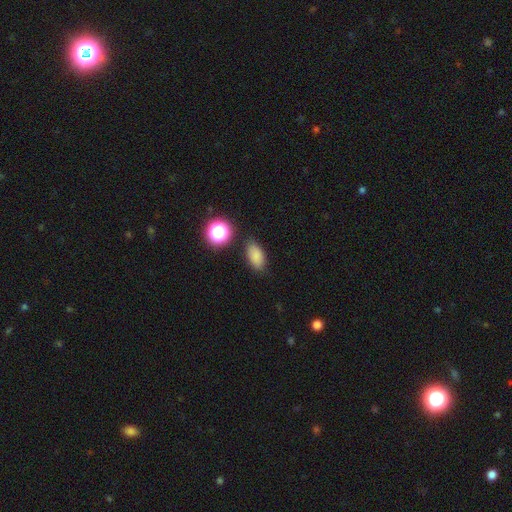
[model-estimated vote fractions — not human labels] Smooth or featured? smooth (80%)
How rounded? in between (87%)
Merging? none (78%)